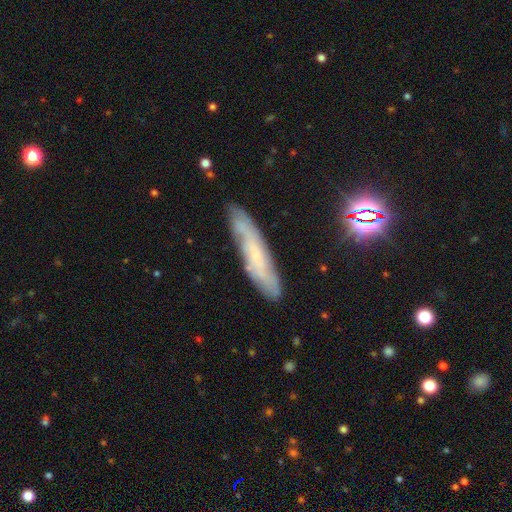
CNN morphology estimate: A featured or disk galaxy (52%) viewed edge-on (52%). Merging: none (79%).